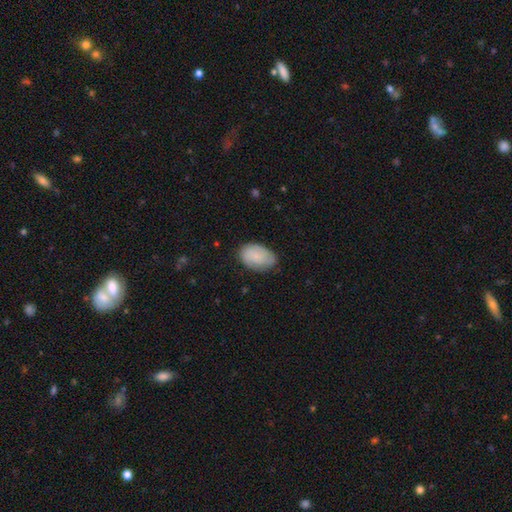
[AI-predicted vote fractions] smooth_or_featured: smooth (p=0.77) [alt: featured or disk p=0.16]
how_rounded: in between (p=0.89) [alt: round p=0.09]
merging: none (p=0.72) [alt: minor disturbance p=0.22]